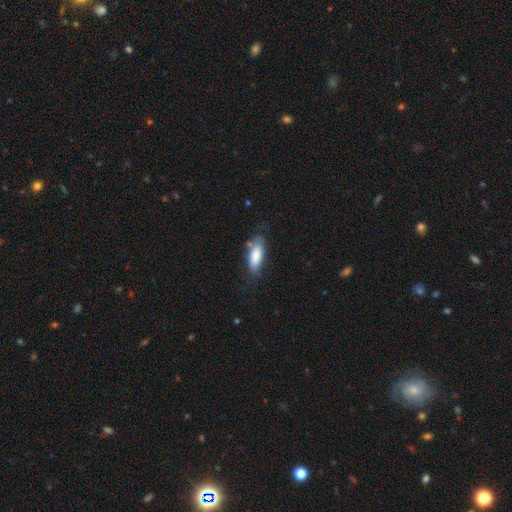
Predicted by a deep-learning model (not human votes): Smooth or featured? Predicted: smooth (p=0.82). How rounded? Predicted: in between (p=0.74). Merging? Predicted: none (p=0.64).